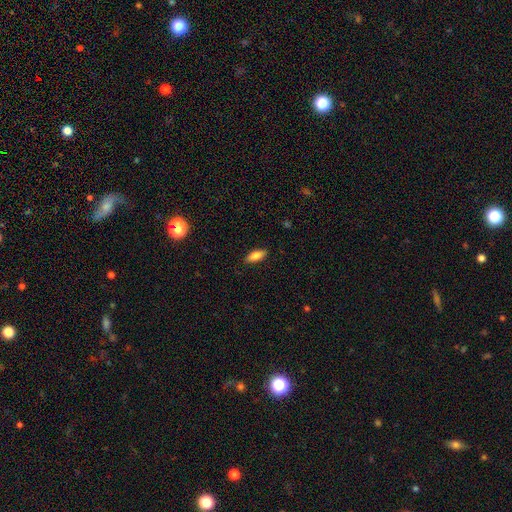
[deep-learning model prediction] A smooth galaxy with no disk features (80%) that is in between round and cigar-shaped (72%).

Vote fractions:
- Smooth or featured? smooth: 80% / featured or disk: 13% / star or artifact: 7%
- How rounded? in between: 72% / cigar-shaped: 25% / round: 2%
- Merging? none: 88% / minor disturbance: 9% / major disturbance: 2% / merger: 1%